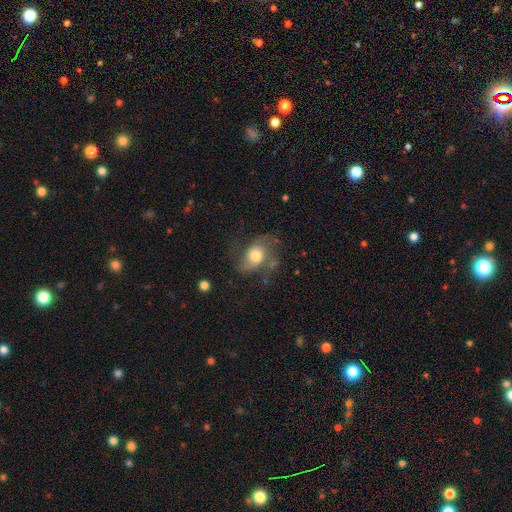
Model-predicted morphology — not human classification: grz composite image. It shows a featured or disk galaxy (50%). Merging: none (47%).